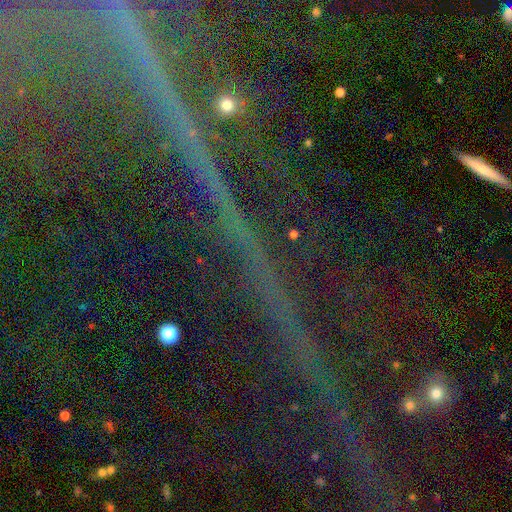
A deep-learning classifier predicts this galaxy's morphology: type=star or artifact (86%).